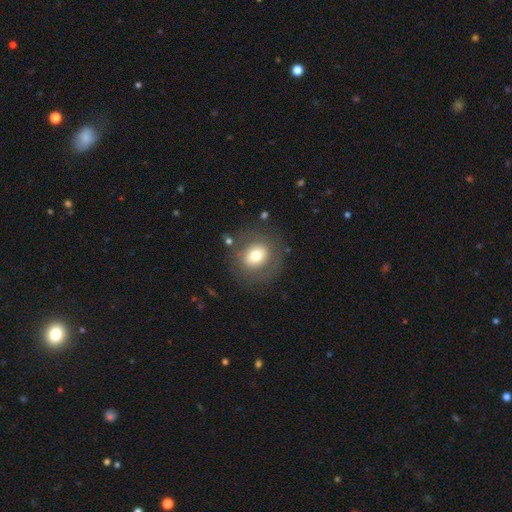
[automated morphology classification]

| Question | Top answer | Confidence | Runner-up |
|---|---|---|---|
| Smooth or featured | smooth | 64% | featured or disk (26%) |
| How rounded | round | 75% | in between (24%) |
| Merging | none | 78% | minor disturbance (12%) |